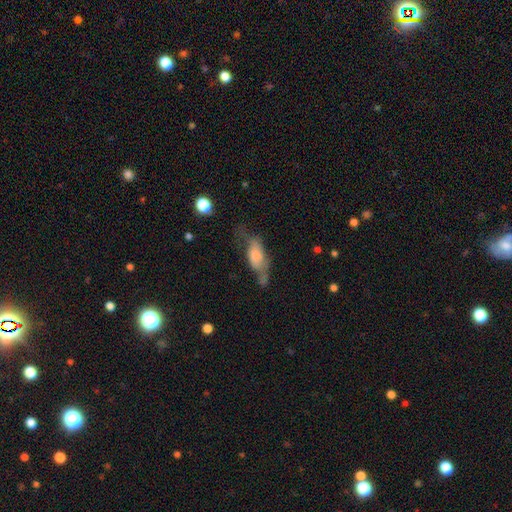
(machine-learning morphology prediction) Q: Smooth or featured?
A: smooth (59%); runner-up: featured or disk (33%)
Q: How rounded?
A: in between (75%); runner-up: cigar-shaped (21%)
Q: Merging?
A: major disturbance (33%); runner-up: none (29%)